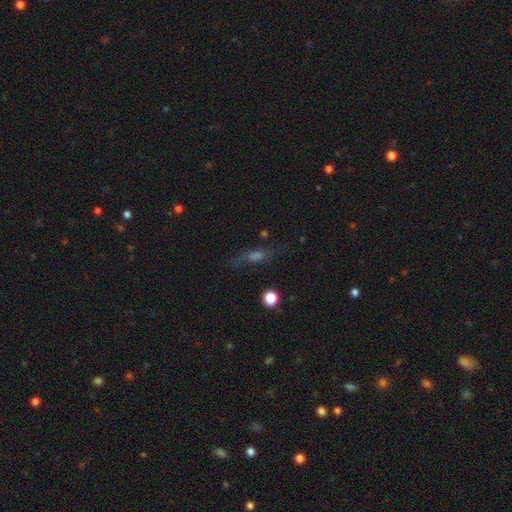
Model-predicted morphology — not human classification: Smooth or featured: featured or disk — 42% (smooth — 36%)
Merging: none — 73% (minor disturbance — 16%)